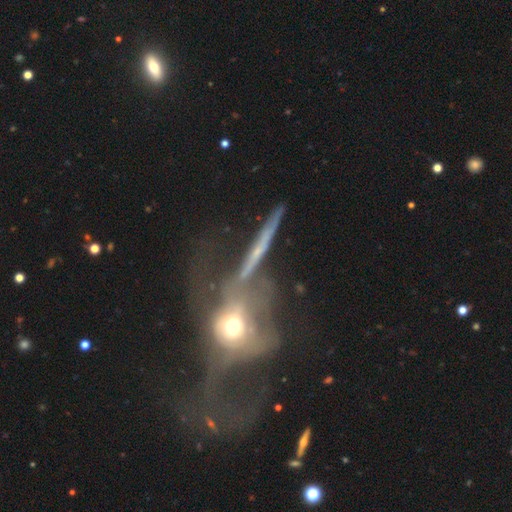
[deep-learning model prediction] Smooth or featured? featured or disk (59%)
Edge-on disk? no (55%)
Merging? major disturbance (31%)